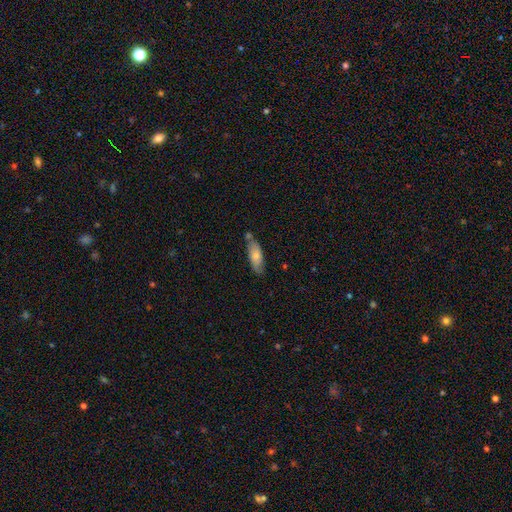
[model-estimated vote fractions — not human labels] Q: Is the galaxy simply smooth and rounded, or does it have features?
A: smooth — 73%.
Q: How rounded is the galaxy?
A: in between — 68%.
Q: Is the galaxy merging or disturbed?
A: none — 66%.